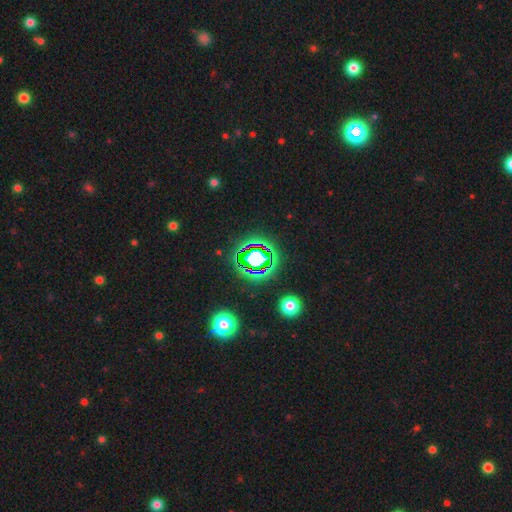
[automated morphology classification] smooth-or-featured: star or artifact: 70% | smooth: 18% | featured or disk: 12%